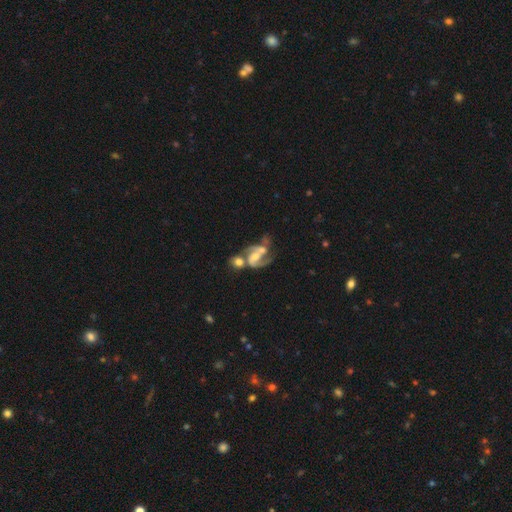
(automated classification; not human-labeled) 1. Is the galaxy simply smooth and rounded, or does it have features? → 84% featured or disk, 9% smooth, 6% star or artifact.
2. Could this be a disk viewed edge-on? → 98% no, 2% yes.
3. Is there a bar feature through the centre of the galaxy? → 44% weak, 36% no, 20% strong.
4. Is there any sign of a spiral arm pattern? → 93% yes, 7% no.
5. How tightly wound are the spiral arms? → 48% medium, 40% loose, 12% tight.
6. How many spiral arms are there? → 86% 2, 5% 1, 4% can't tell, 2% 3, 1% 4, 1% more than 4.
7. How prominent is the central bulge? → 43% moderate, 40% small, 9% none, 6% large, 2% dominant.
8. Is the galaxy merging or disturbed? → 47% merger, 25% none, 16% major disturbance, 13% minor disturbance.